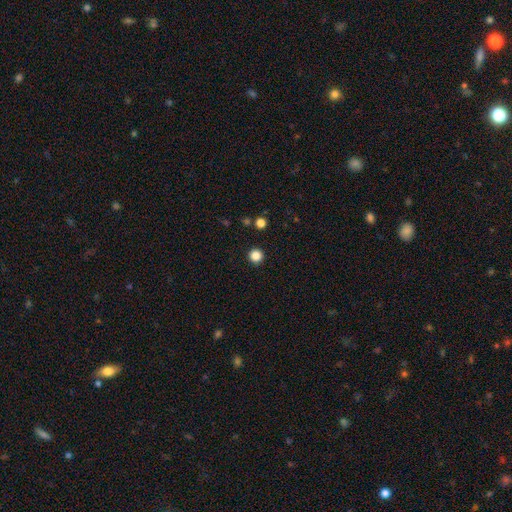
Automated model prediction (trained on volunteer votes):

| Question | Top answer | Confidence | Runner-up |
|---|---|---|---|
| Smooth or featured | smooth | 85% | star or artifact (12%) |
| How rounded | round | 96% | in between (3%) |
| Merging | none | 93% | minor disturbance (4%) |